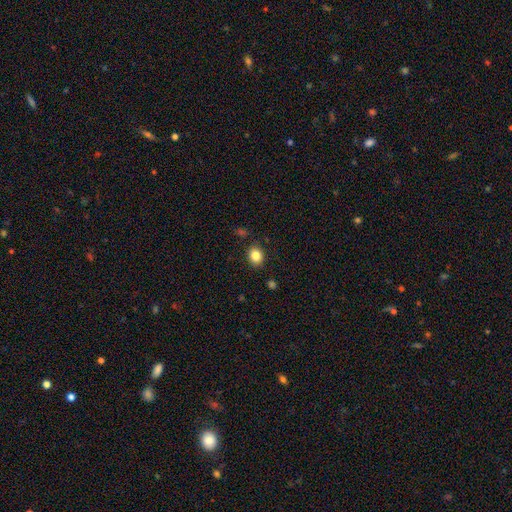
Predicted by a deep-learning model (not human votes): smooth 85%, star or artifact 10%, featured or disk 5%. Down the decision tree: how rounded — round (55%); merging — none (87%).